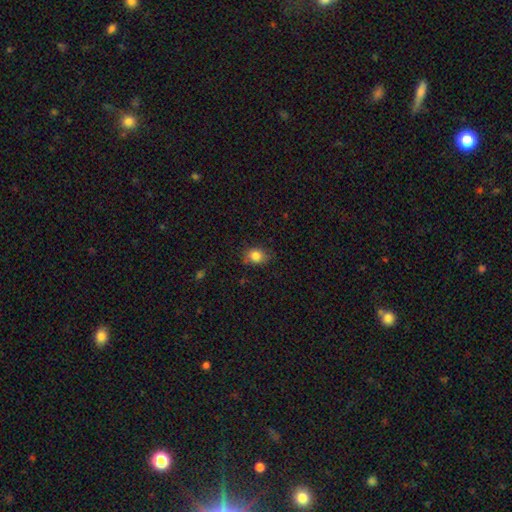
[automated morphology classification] smooth_or_featured: smooth (p=0.83) [alt: star or artifact p=0.10]
how_rounded: in between (p=0.58) [alt: round p=0.41]
merging: none (p=0.76) [alt: minor disturbance p=0.19]